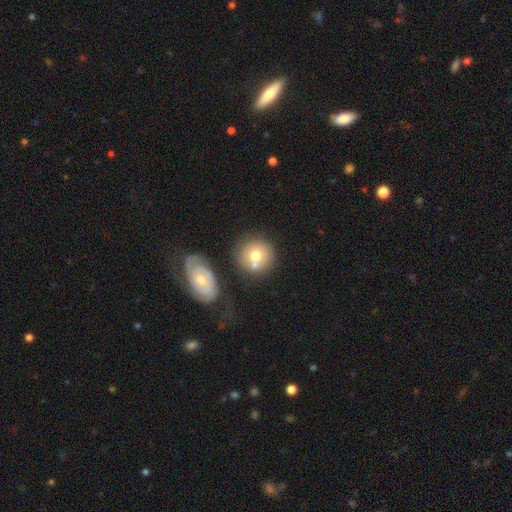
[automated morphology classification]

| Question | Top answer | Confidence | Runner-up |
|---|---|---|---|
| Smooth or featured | smooth | 63% | featured or disk (29%) |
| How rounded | round | 87% | in between (12%) |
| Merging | none | 54% | merger (28%) |